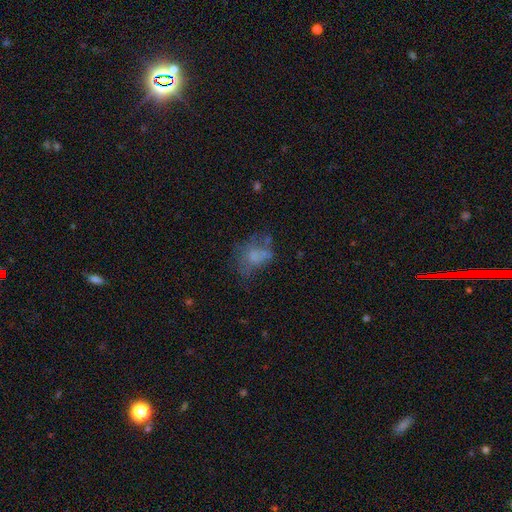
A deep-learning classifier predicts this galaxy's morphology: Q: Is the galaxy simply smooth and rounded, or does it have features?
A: smooth — 51%.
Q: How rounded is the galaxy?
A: in between — 63%.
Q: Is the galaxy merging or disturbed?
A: none — 35%.